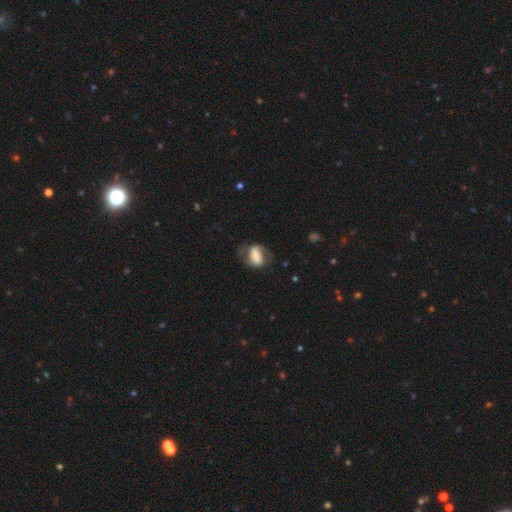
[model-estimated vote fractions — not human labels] smooth_or_featured: featured or disk (p=0.47) [alt: smooth p=0.45]
merging: none (p=0.54) [alt: minor disturbance p=0.23]